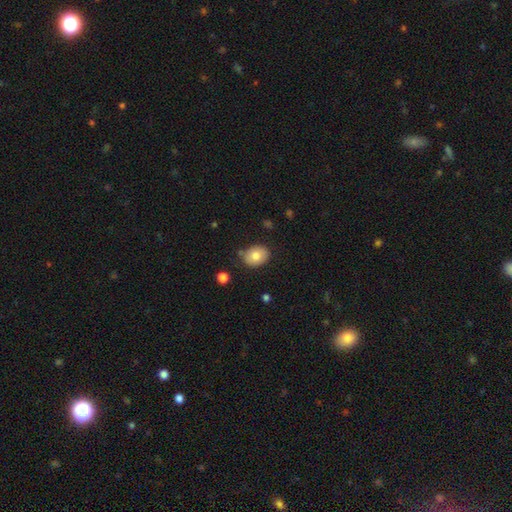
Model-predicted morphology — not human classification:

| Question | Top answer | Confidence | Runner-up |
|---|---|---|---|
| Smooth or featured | smooth | 80% | featured or disk (12%) |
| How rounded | in between | 61% | round (38%) |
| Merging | none | 79% | minor disturbance (15%) |